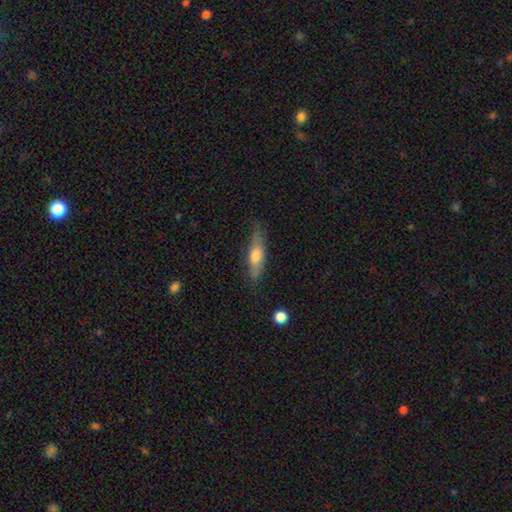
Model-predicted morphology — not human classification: smooth 58%, featured or disk 35%, star or artifact 6%. Down the decision tree: how rounded — cigar-shaped (67%); merging — none (77%).